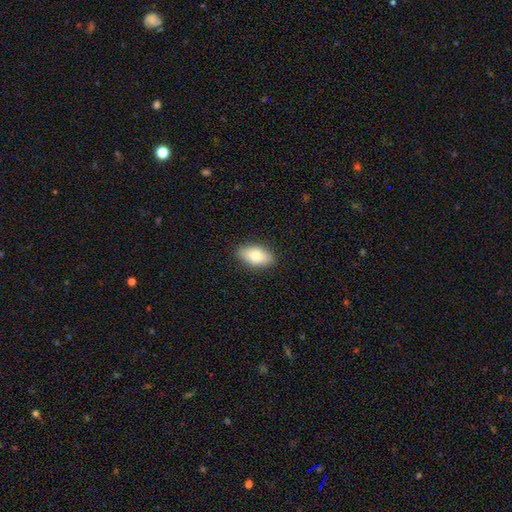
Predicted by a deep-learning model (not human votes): This appears to be a smooth galaxy with no disk features (79%) that is in between round and cigar-shaped (91%). Merging: none (88%).